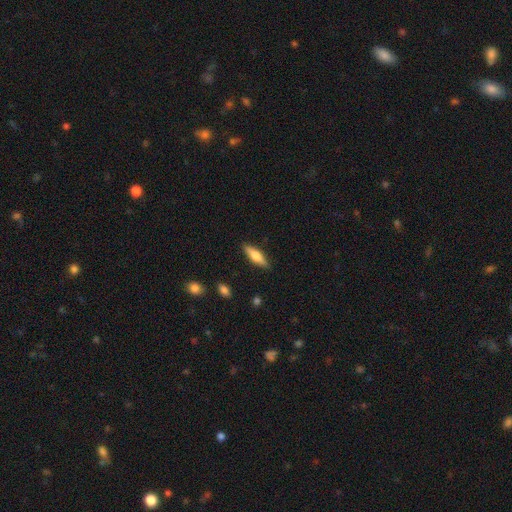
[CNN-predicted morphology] Smooth or featured?
  - smooth: 51% *
  - featured or disk: 43%
  - star or artifact: 6%
How rounded?
  - cigar-shaped: 61% *
  - in between: 37%
  - round: 2%
Merging?
  - none: 88% *
  - minor disturbance: 9%
  - major disturbance: 2%
  - merger: 1%